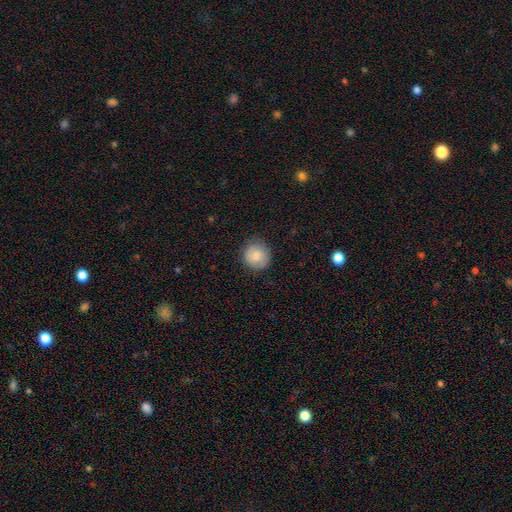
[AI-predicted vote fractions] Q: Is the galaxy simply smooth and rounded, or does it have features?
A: smooth — 80%.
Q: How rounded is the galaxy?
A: round — 89%.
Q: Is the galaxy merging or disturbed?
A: none — 82%.